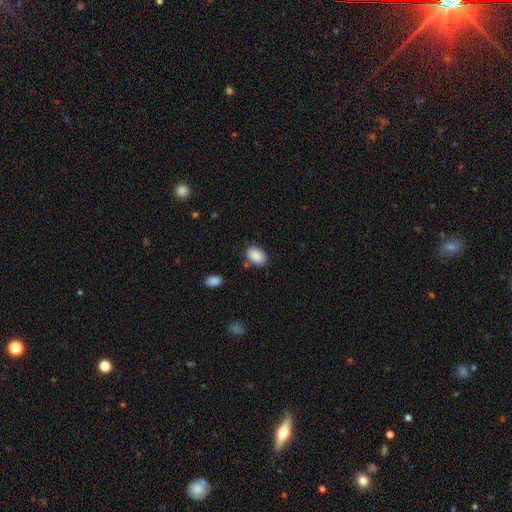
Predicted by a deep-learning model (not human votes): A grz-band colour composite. It shows a smooth galaxy with no disk features (89%) that is in between round and cigar-shaped (90%). Merging: none (79%).